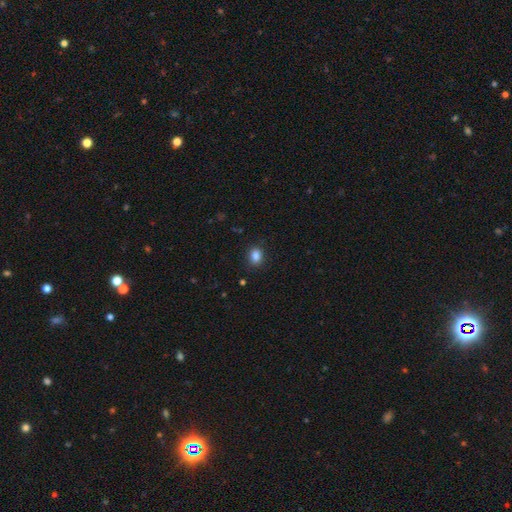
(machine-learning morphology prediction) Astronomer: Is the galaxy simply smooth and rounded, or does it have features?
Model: smooth — 85%.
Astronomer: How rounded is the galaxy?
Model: in between — 55% (runner-up: round, 44%).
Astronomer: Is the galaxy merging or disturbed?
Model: none — 88%.